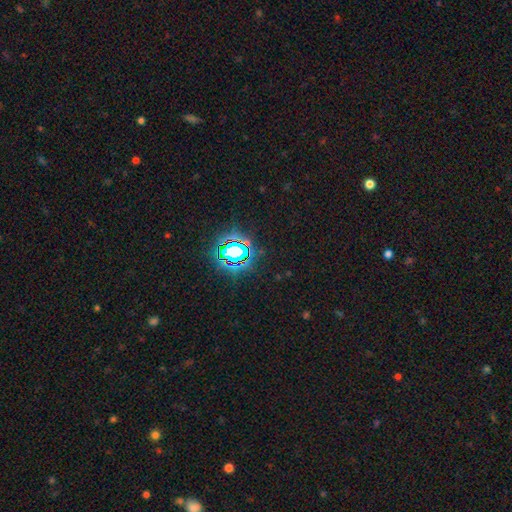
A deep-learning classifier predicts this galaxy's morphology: Smooth or featured?
  - star or artifact: 82% *
  - smooth: 12%
  - featured or disk: 7%